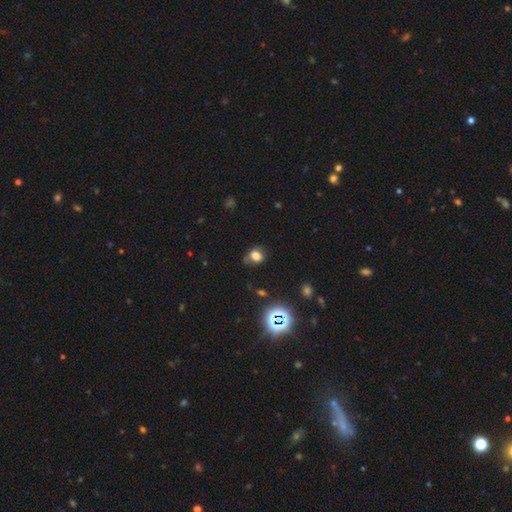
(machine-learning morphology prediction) A smooth galaxy with no disk features (71%) that is round (57%). Merging: none (58%).